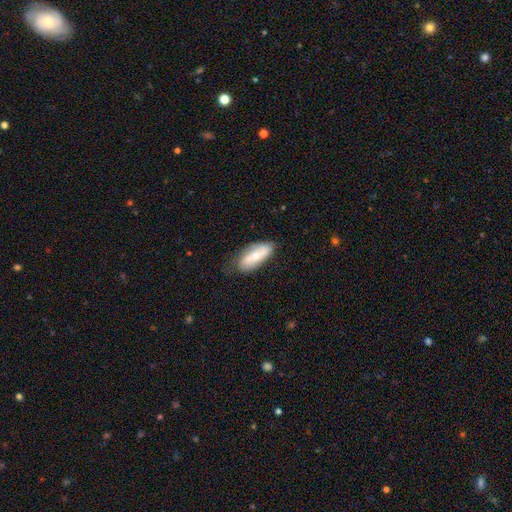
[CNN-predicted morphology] Smooth or featured? Predicted: smooth (p=0.55). How rounded? Predicted: in between (p=0.78). Merging? Predicted: none (p=0.72).